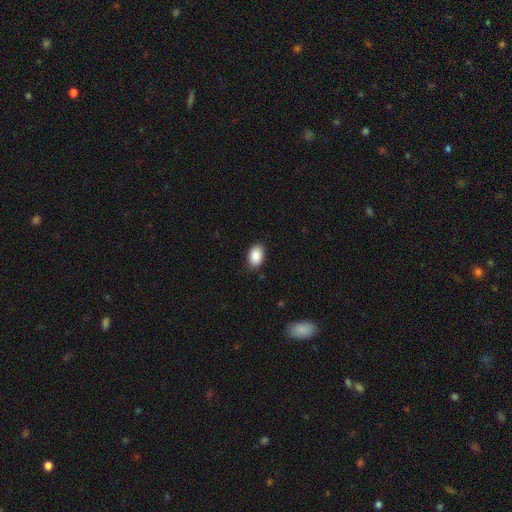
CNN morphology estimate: smooth-or-featured: smooth: 89% | star or artifact: 7% | featured or disk: 4%
  how-rounded: in between: 87% | round: 12% | cigar-shaped: 1%
  merging: none: 86% | minor disturbance: 11% | major disturbance: 2% | merger: 1%